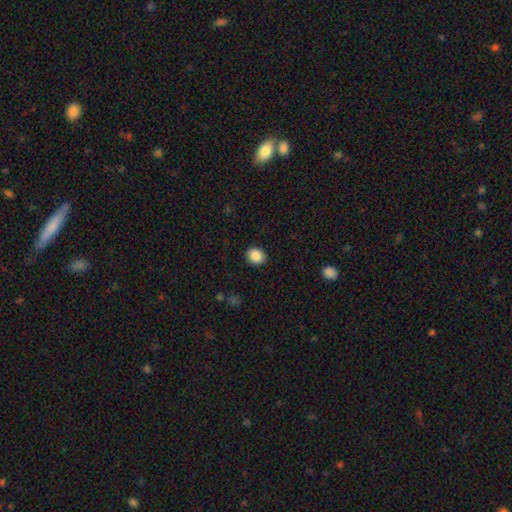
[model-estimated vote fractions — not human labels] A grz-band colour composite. It shows a smooth galaxy with no disk features (88%) that is round (66%). Merging: none (90%).